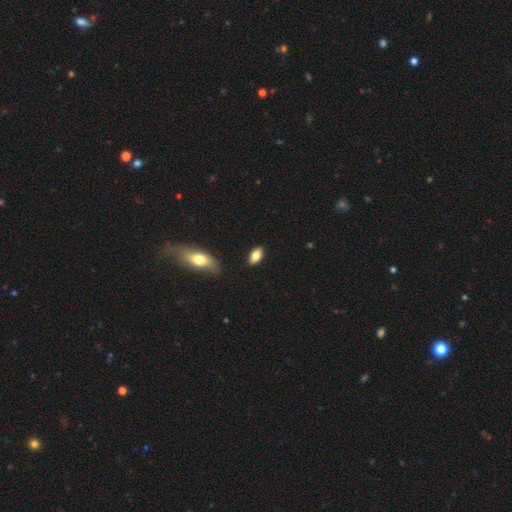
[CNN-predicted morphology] type=smooth (79%); roundness=in between (89%); merging=none (87%).